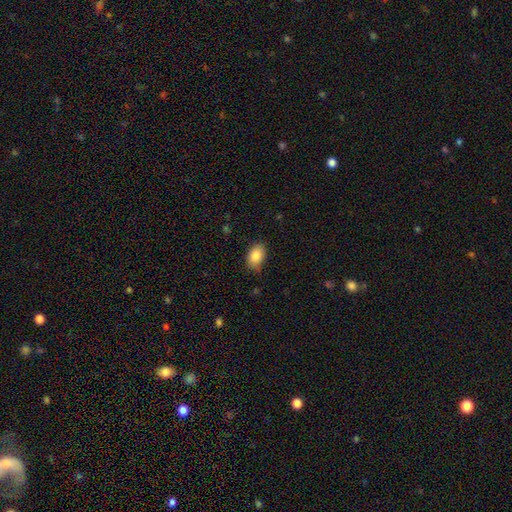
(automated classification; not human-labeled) Smooth or featured?
  - smooth: 86% *
  - star or artifact: 8%
  - featured or disk: 6%
How rounded?
  - in between: 86% *
  - round: 12%
  - cigar-shaped: 1%
Merging?
  - none: 80% *
  - minor disturbance: 16%
  - major disturbance: 3%
  - merger: 1%